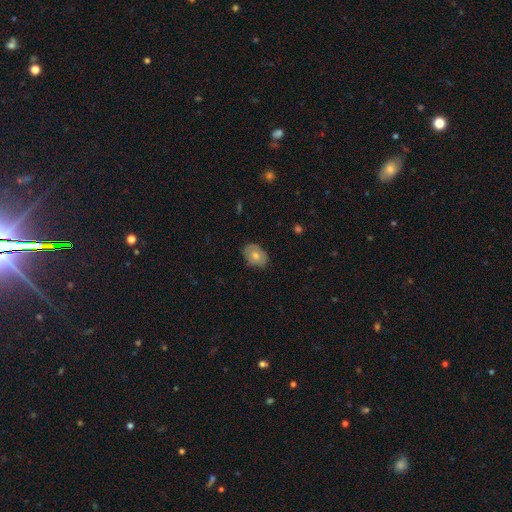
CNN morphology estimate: Q: Smooth or featured?
A: smooth (67%); runner-up: featured or disk (26%)
Q: How rounded?
A: in between (75%); runner-up: round (24%)
Q: Merging?
A: none (78%); runner-up: minor disturbance (18%)